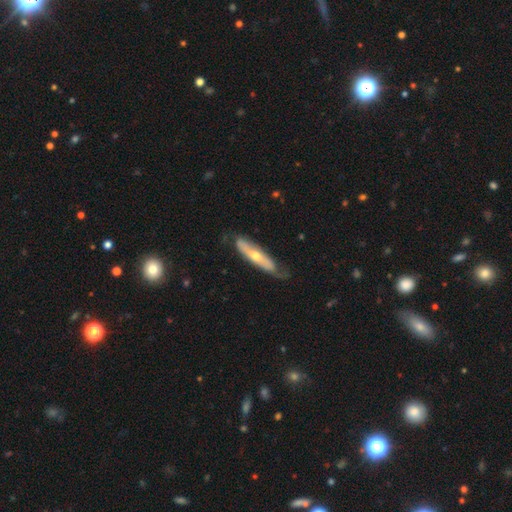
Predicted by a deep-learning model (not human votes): Smooth or featured: featured or disk — 57% (smooth — 38%)
Edge-on disk: yes — 57% (no — 43%)
Merging: none — 60% (minor disturbance — 29%)